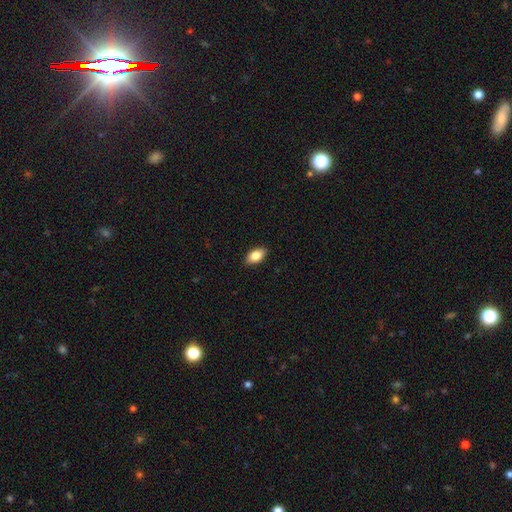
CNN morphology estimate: smooth 84%, featured or disk 8%, star or artifact 7%. Down the decision tree: how rounded — in between (92%); merging — none (89%).